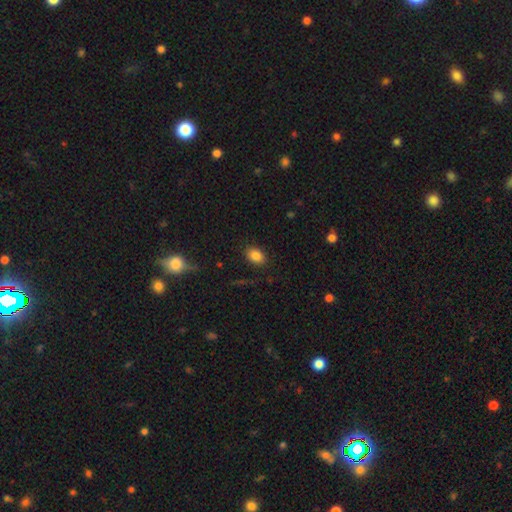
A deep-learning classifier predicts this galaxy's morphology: A smooth galaxy with no disk features (84%) that is in between round and cigar-shaped (75%). Merging: none (86%).